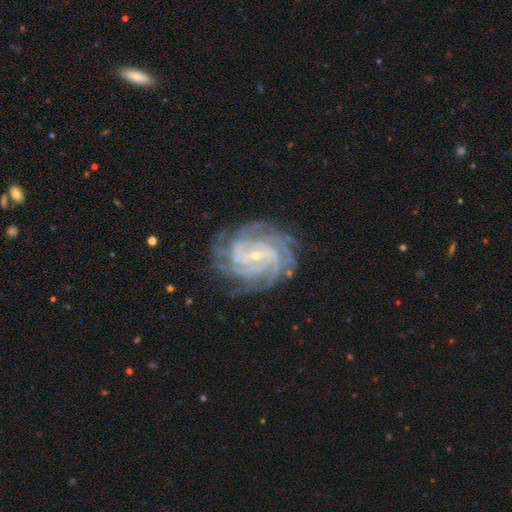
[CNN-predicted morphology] This appears to be a featured or disk galaxy (91%) with a weak bar (46%), 4 (31%) tight (72%) spiral arms (98%) and a small central bulge (82%). Merging: none (80%).